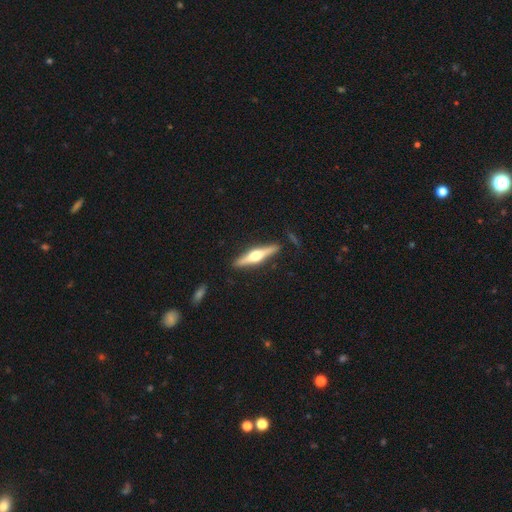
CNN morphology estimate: Smooth or featured: featured or disk — 71% (smooth — 24%)
Edge-on disk: yes — 98% (no — 2%)
Edge-on bulge: rounded — 95% (boxy — 3%)
Merging: none — 88% (minor disturbance — 8%)